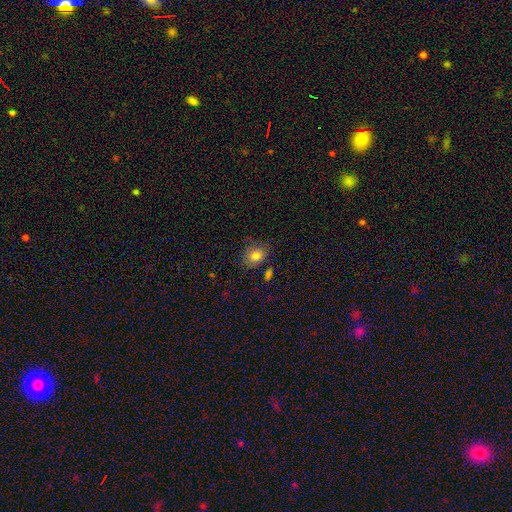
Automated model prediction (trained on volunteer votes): smooth 81%, star or artifact 10%, featured or disk 9%. Down the decision tree: how rounded — round (52%); merging — none (73%).